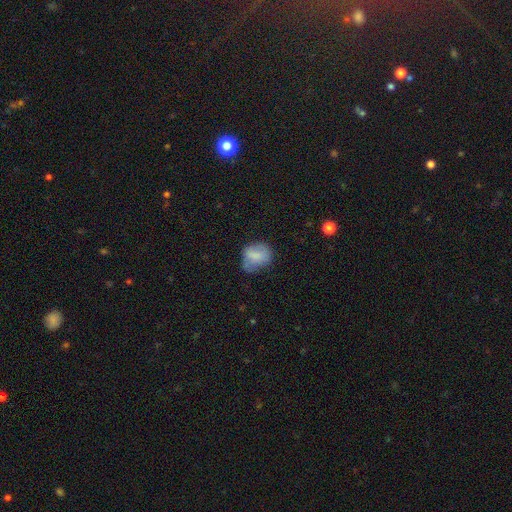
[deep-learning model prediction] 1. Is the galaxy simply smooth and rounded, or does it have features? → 74% smooth, 17% featured or disk, 9% star or artifact.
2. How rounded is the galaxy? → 51% in between, 48% round, 1% cigar-shaped.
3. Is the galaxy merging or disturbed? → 47% none, 35% minor disturbance, 15% major disturbance, 3% merger.